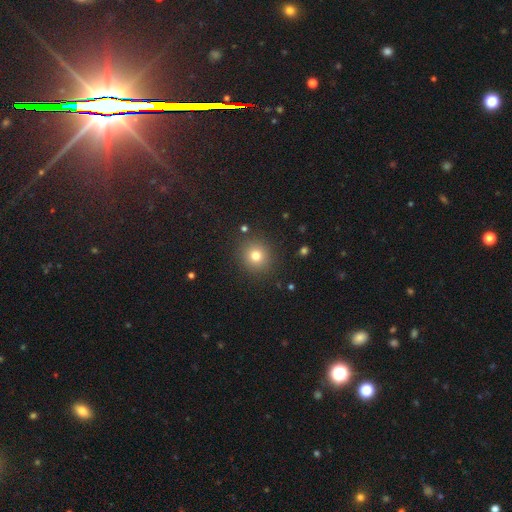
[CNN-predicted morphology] Q: Smooth or featured?
A: smooth (76%); runner-up: star or artifact (15%)
Q: How rounded?
A: round (90%); runner-up: in between (9%)
Q: Merging?
A: none (89%); runner-up: minor disturbance (7%)